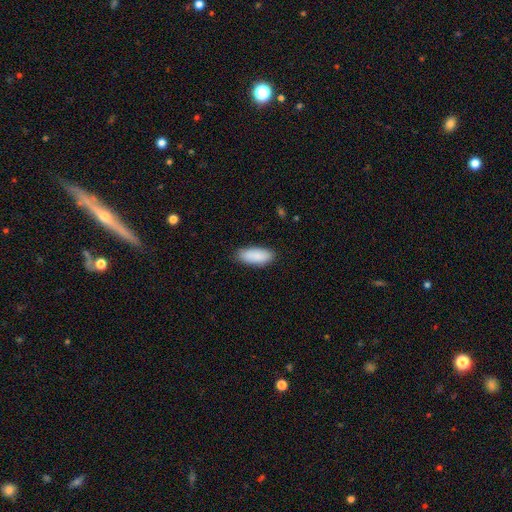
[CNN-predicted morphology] Smooth or featured: smooth — 89% (star or artifact — 6%)
How rounded: in between — 84% (cigar-shaped — 14%)
Merging: none — 86% (minor disturbance — 11%)